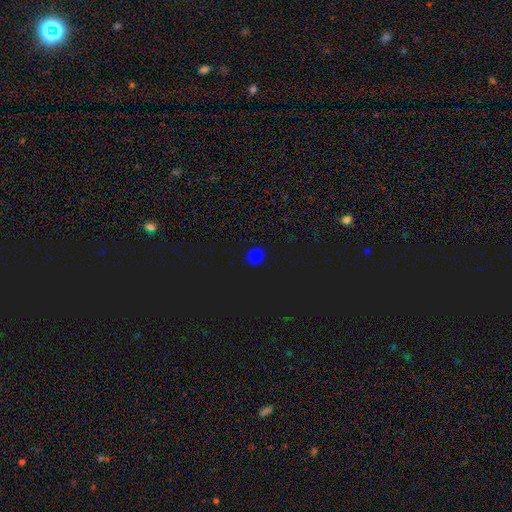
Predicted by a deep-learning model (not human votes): Q: Smooth or featured?
A: smooth (66%); runner-up: star or artifact (30%)
Q: How rounded?
A: round (83%); runner-up: in between (15%)
Q: Merging?
A: none (89%); runner-up: minor disturbance (8%)